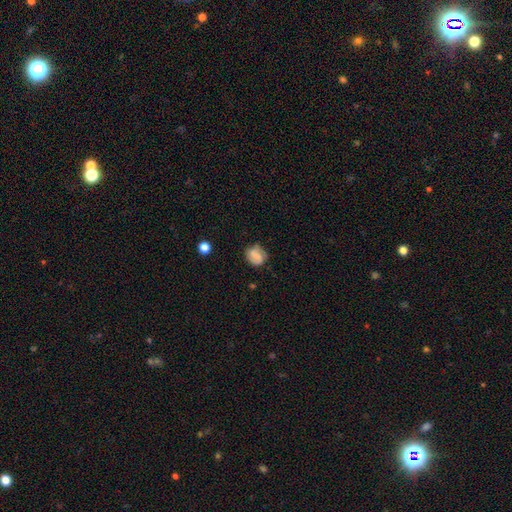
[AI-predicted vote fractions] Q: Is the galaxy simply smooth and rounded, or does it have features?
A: smooth — 66%.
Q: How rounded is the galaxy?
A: round — 67%.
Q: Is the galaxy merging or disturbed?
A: none — 67%.